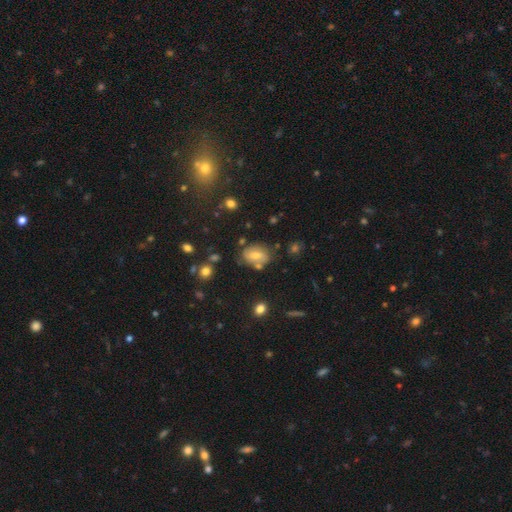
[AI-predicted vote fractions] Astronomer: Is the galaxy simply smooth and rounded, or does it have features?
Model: smooth — 57%.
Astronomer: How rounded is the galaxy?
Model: in between — 69%.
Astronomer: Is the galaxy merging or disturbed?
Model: none — 66%.